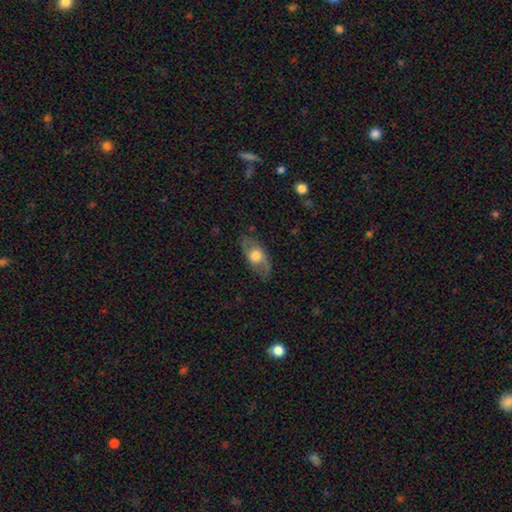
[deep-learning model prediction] This appears to be a smooth galaxy with no disk features (49%). Merging: none (76%).